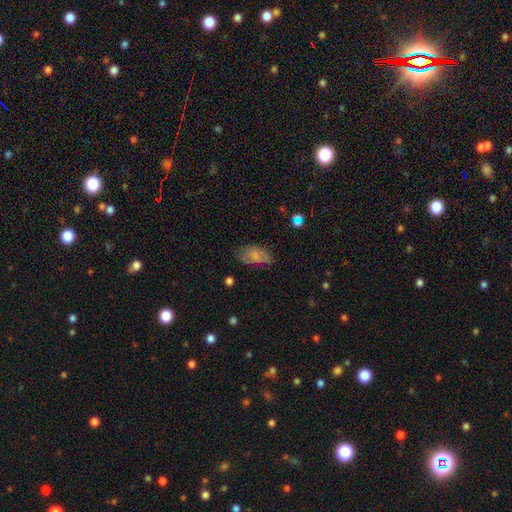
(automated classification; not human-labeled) This is likely a smooth galaxy (72%). How rounded: clearly in between (92%). Merging: possibly none (56%).